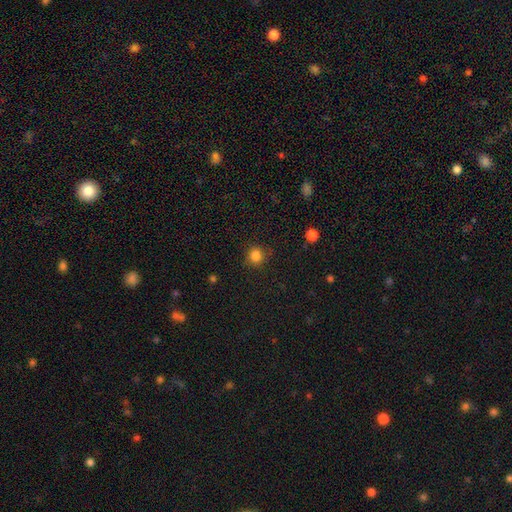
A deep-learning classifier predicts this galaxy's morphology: smooth_or_featured: smooth (p=0.84) [alt: star or artifact p=0.12]
how_rounded: round (p=0.90) [alt: in between p=0.09]
merging: none (p=0.85) [alt: minor disturbance p=0.10]